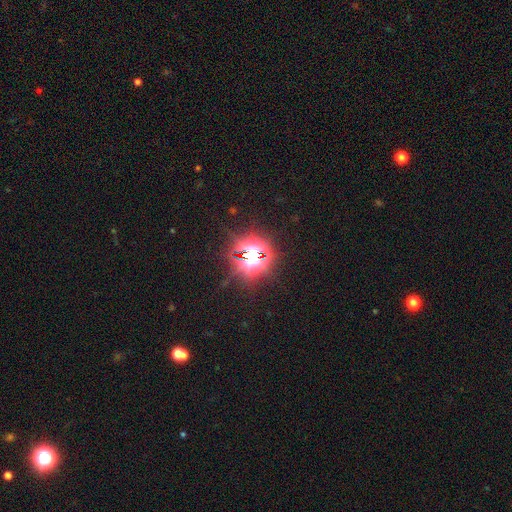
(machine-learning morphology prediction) This appears to be a star or artifact, not a galaxy (80%).